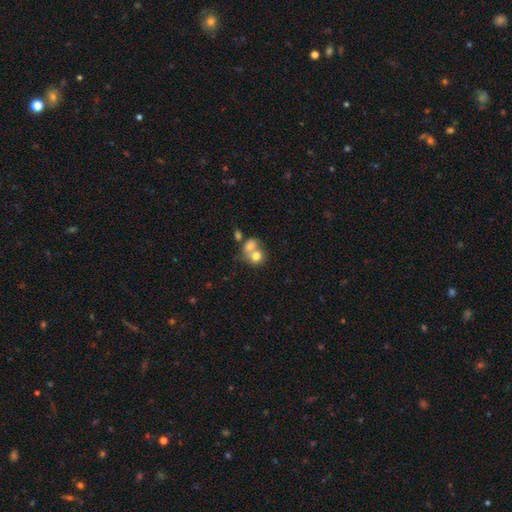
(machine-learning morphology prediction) type=smooth (71%); roundness=round (63%); merging=merger (63%).